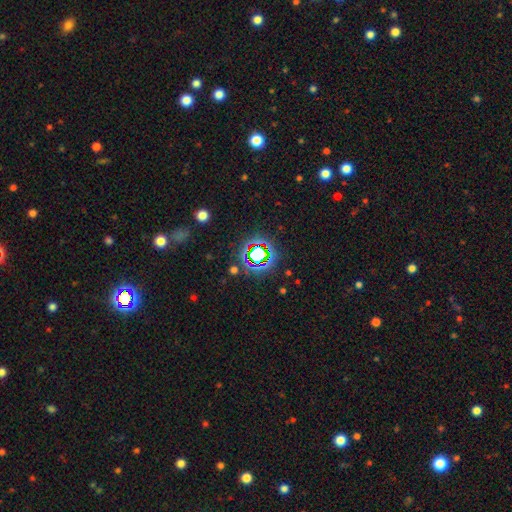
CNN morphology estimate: smooth_or_featured: star or artifact (p=0.67) [alt: smooth p=0.21]